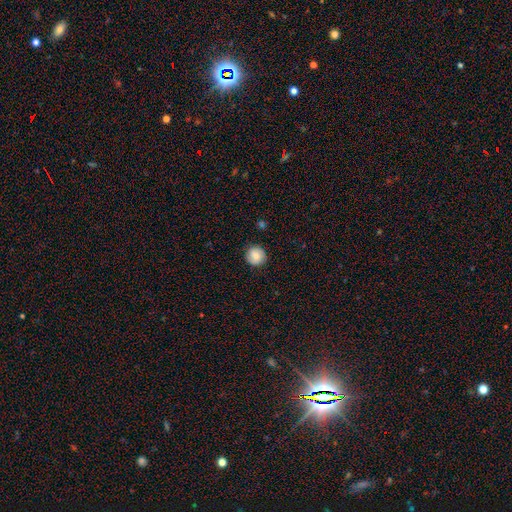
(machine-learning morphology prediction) Q: Smooth or featured?
A: smooth (76%); runner-up: featured or disk (16%)
Q: How rounded?
A: round (93%); runner-up: in between (6%)
Q: Merging?
A: none (88%); runner-up: minor disturbance (9%)